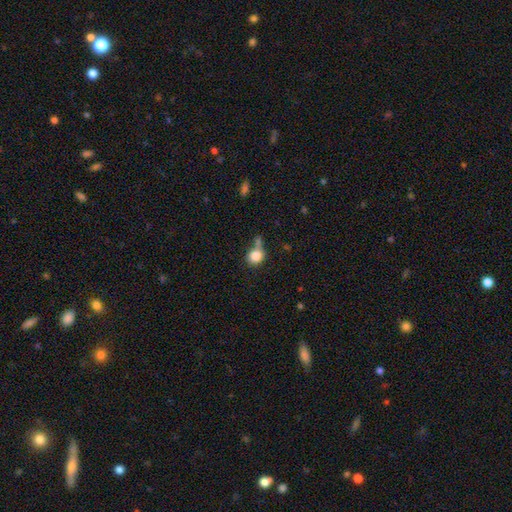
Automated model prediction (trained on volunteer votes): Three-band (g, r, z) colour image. It shows a smooth galaxy with no disk features (84%) that is round (77%). Merging: none (49%).